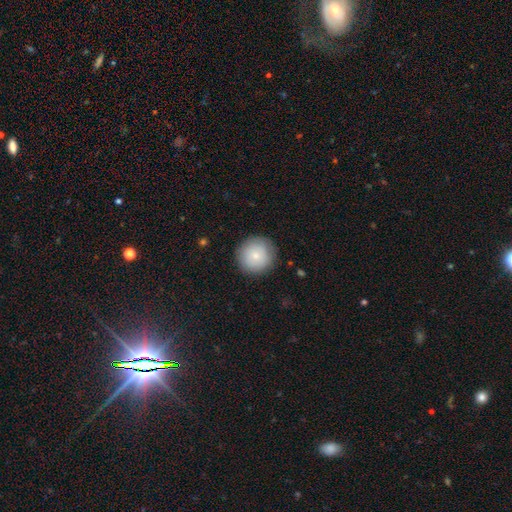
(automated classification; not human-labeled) smooth 81%, featured or disk 11%, star or artifact 7%. Down the decision tree: how rounded — round (95%); merging — none (87%).